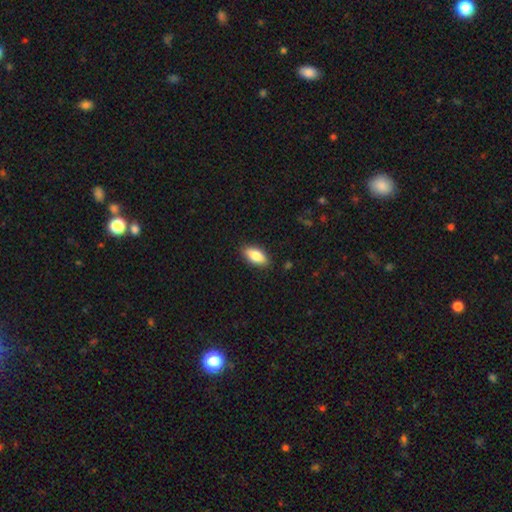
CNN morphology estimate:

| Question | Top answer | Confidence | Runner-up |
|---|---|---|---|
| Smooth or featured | smooth | 82% | featured or disk (11%) |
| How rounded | in between | 87% | cigar-shaped (10%) |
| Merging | none | 88% | minor disturbance (9%) |